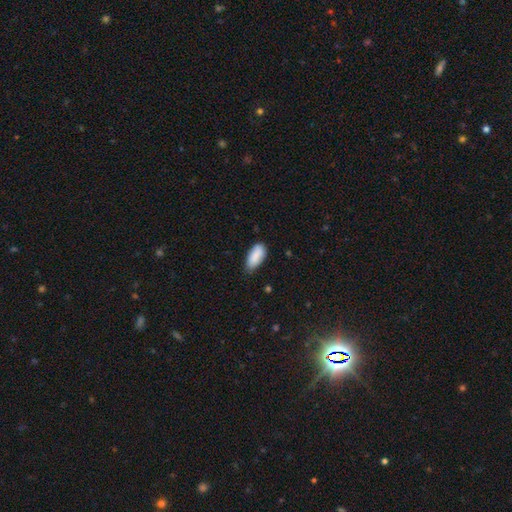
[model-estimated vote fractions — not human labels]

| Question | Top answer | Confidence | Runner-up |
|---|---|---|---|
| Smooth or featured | smooth | 88% | star or artifact (6%) |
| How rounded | in between | 90% | cigar-shaped (8%) |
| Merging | none | 65% | minor disturbance (29%) |